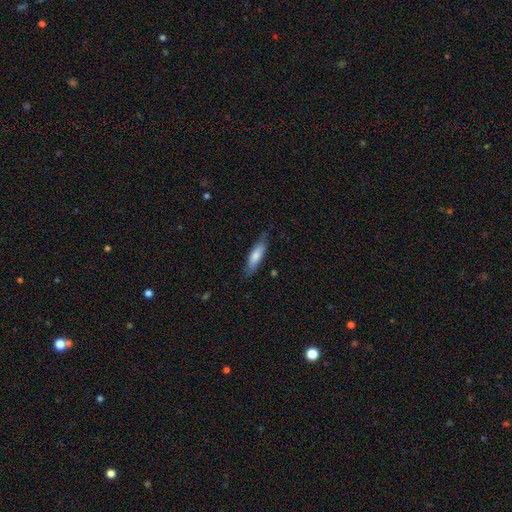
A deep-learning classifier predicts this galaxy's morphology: The model was most divided on "how rounded": cigar-shaped: 63%, in between: 35%, round: 2%. More confident: merging — none (74%); smooth or featured — smooth (72%).